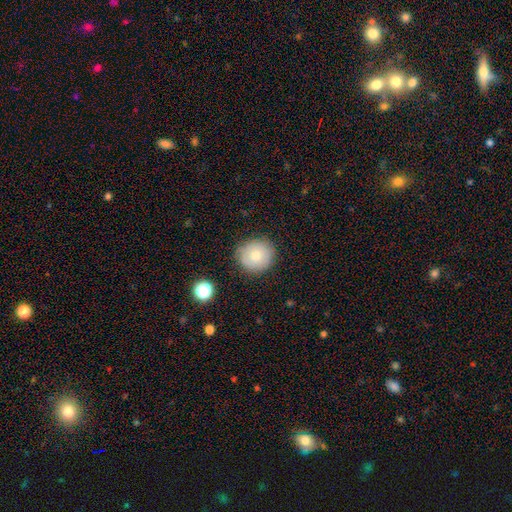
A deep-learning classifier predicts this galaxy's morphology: smooth 74%, featured or disk 17%, star or artifact 10%. Down the decision tree: how rounded — round (88%); merging — none (84%).